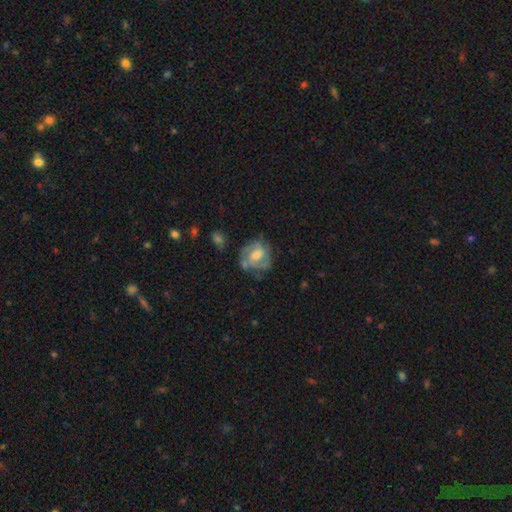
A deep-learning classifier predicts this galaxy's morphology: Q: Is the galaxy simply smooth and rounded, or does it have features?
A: featured or disk — 66%.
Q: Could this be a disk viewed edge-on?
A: no — 97%.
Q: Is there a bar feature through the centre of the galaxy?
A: weak — 45%.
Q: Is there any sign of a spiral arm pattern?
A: yes — 77%.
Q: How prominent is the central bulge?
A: moderate — 53%.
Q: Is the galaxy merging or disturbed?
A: none — 60%.